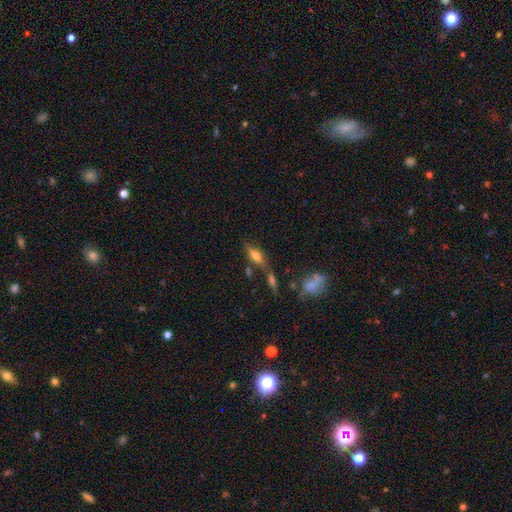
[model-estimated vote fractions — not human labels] A smooth galaxy with no disk features (59%) that is in between round and cigar-shaped (62%).

Vote fractions:
- Smooth or featured? smooth: 59% / featured or disk: 31% / star or artifact: 10%
- How rounded? in between: 62% / cigar-shaped: 34% / round: 4%
- Merging? none: 58% / merger: 19% / minor disturbance: 16% / major disturbance: 7%